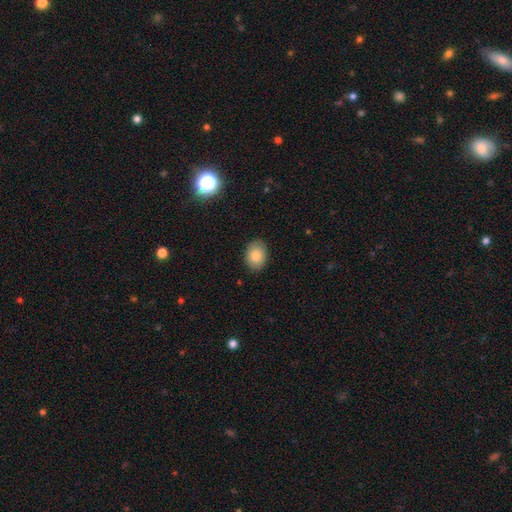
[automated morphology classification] Smooth or featured?
  - smooth: 82% *
  - featured or disk: 9%
  - star or artifact: 9%
How rounded?
  - in between: 71% *
  - round: 28%
  - cigar-shaped: 1%
Merging?
  - none: 87% *
  - minor disturbance: 10%
  - major disturbance: 2%
  - merger: 1%